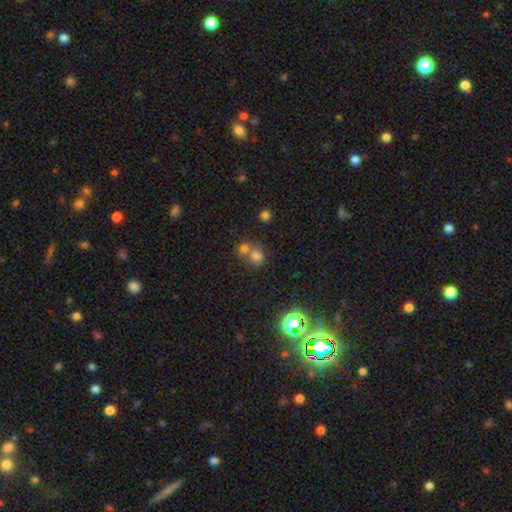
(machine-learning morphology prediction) A smooth galaxy with no disk features (70%) that is round (68%). Merging: merger (53%).